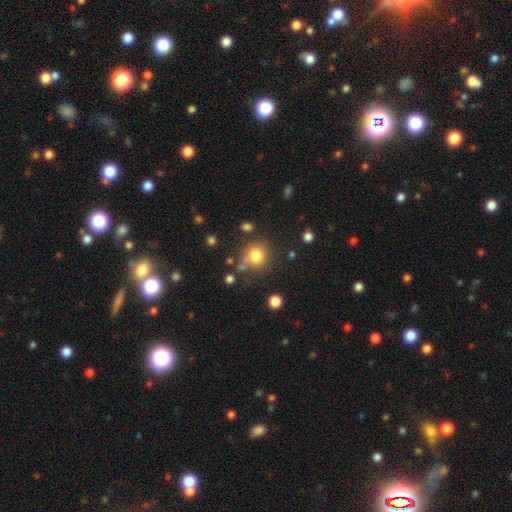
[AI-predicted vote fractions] smooth_or_featured: smooth (p=0.80) [alt: star or artifact p=0.13]
how_rounded: round (p=0.87) [alt: in between p=0.12]
merging: none (p=0.73) [alt: minor disturbance p=0.13]